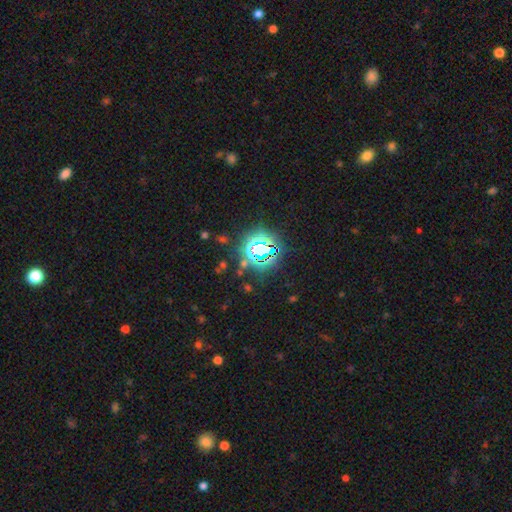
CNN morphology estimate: Overall: star or artifact (80%).